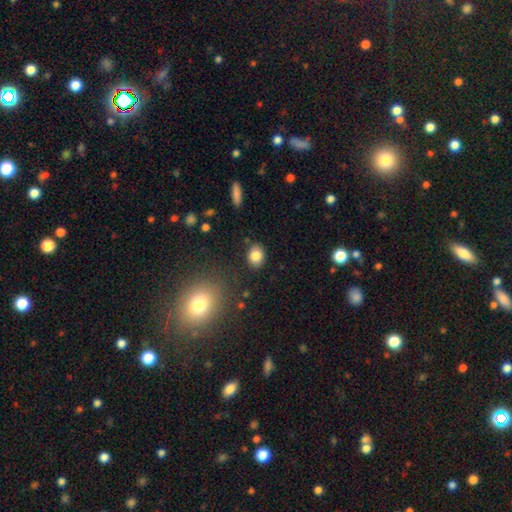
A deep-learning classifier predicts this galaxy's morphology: Smooth or featured? smooth (83%)
How rounded? in between (64%)
Merging? none (86%)